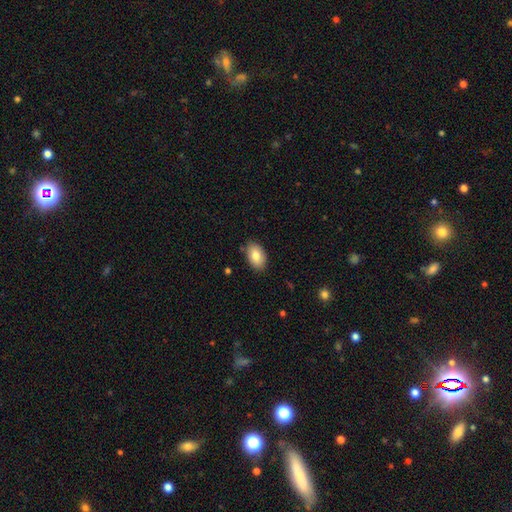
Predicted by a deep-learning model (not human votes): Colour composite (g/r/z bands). It shows a smooth galaxy with no disk features (83%) that is in between round and cigar-shaped (92%). Merging: none (86%).